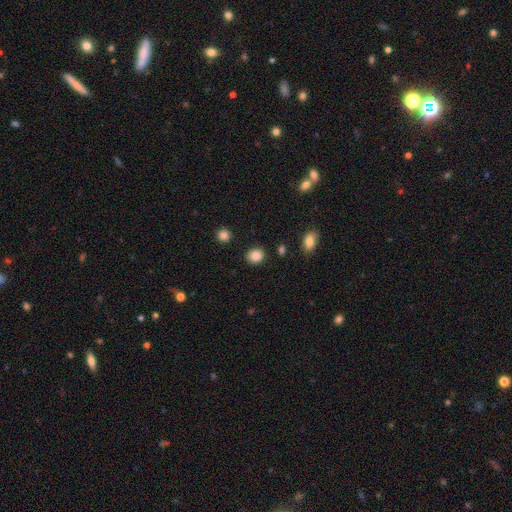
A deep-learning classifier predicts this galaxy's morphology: Smooth or featured?
  - smooth: 87% *
  - star or artifact: 9%
  - featured or disk: 3%
How rounded?
  - round: 74% *
  - in between: 25%
  - cigar-shaped: 1%
Merging?
  - none: 88% *
  - minor disturbance: 7%
  - major disturbance: 3%
  - merger: 2%